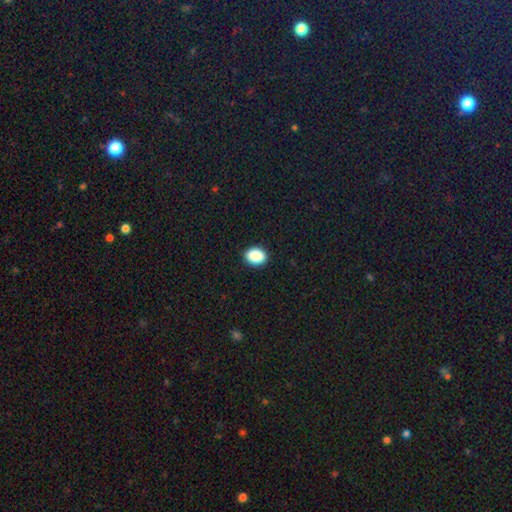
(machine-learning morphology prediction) This is clearly a smooth galaxy (88%). How rounded: likely in between (68%). Merging: clearly none (91%).